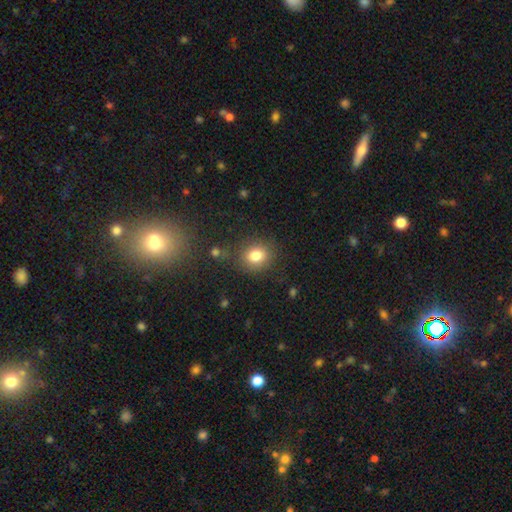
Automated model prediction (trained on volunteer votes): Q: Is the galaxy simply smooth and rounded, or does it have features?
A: smooth — 81%.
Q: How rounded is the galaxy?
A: round — 68%.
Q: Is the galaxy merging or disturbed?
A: none — 83%.